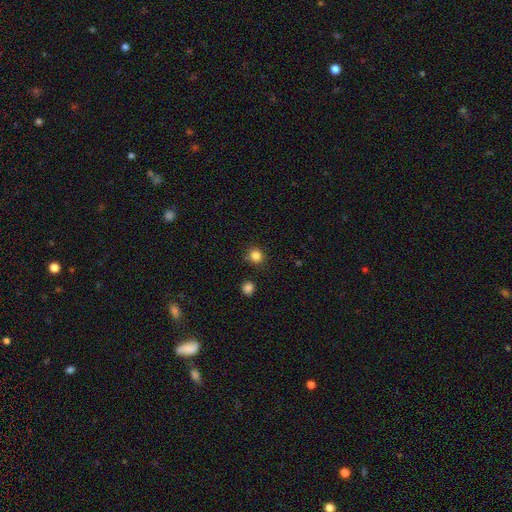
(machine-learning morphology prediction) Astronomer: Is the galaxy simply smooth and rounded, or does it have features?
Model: smooth — 84%.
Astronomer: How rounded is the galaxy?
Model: round — 87%.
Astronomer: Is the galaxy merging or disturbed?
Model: none — 86%.